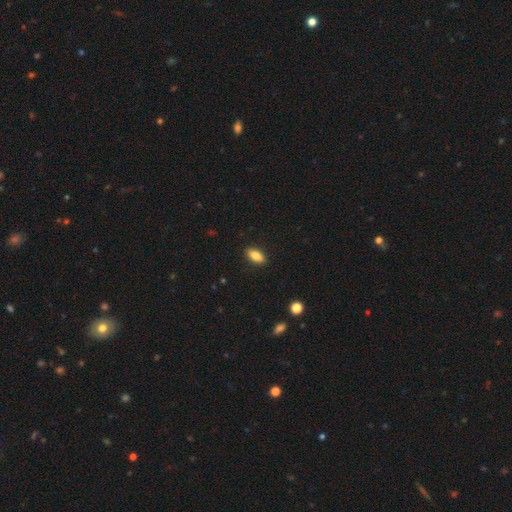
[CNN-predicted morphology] Smooth or featured: smooth — 83% (featured or disk — 9%)
How rounded: in between — 88% (cigar-shaped — 9%)
Merging: none — 90% (minor disturbance — 7%)